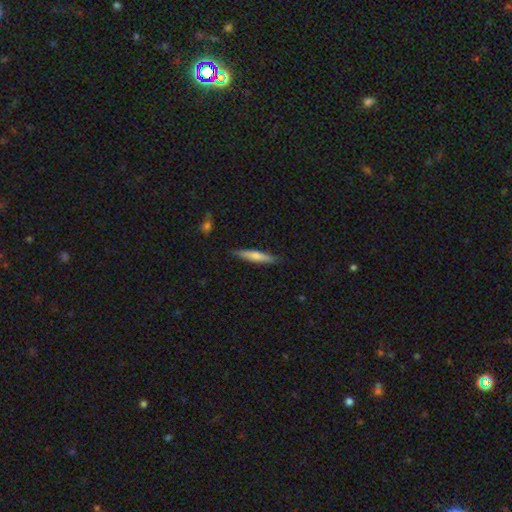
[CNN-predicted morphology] Smooth or featured: smooth — 61% (featured or disk — 33%)
How rounded: cigar-shaped — 91% (in between — 7%)
Merging: none — 88% (minor disturbance — 9%)